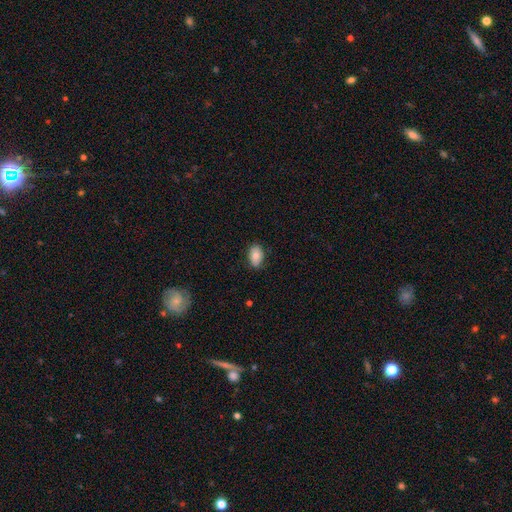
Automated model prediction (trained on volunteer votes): A smooth galaxy with no disk features (77%) that is in between round and cigar-shaped (86%).

Vote fractions:
- Smooth or featured? smooth: 77% / featured or disk: 15% / star or artifact: 8%
- How rounded? in between: 86% / round: 12% / cigar-shaped: 1%
- Merging? none: 77% / minor disturbance: 19% / major disturbance: 3% / merger: 1%